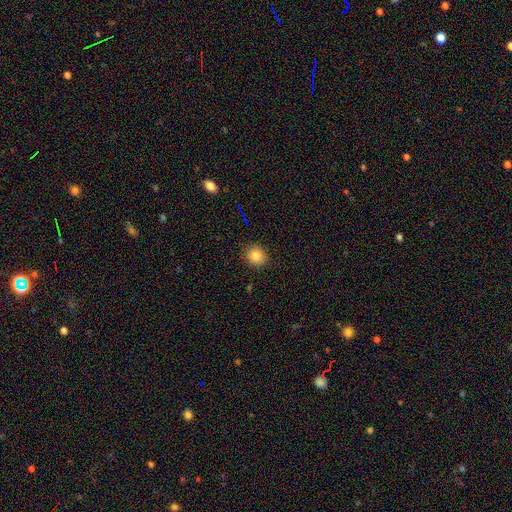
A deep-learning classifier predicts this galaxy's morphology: smooth 83%, star or artifact 11%, featured or disk 6%. Down the decision tree: how rounded — round (84%); merging — none (90%).